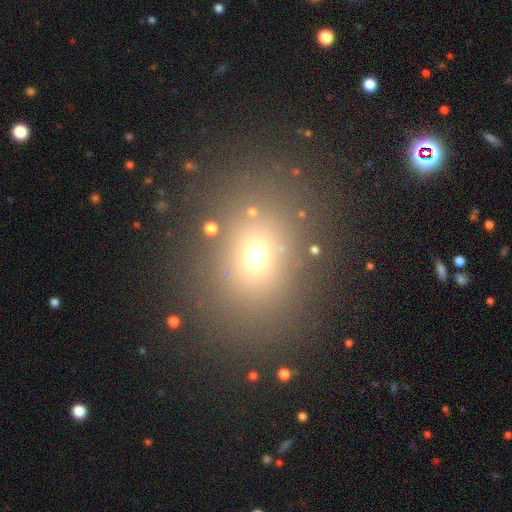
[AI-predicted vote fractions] Morphology: type=smooth (64%); roundness=round (54%); merging=none (83%).